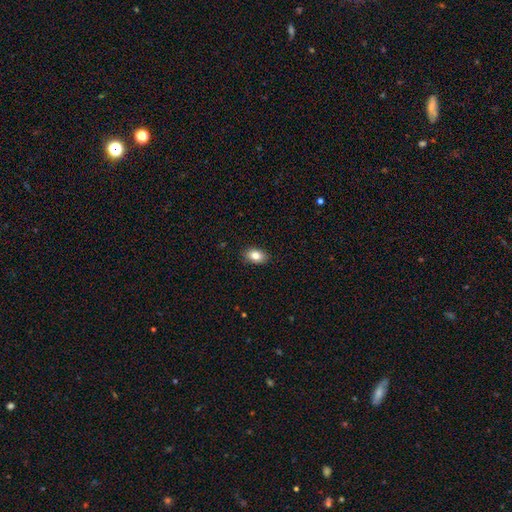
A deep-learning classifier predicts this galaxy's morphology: Q: Smooth or featured?
A: smooth (83%); runner-up: star or artifact (9%)
Q: How rounded?
A: in between (85%); runner-up: round (13%)
Q: Merging?
A: none (89%); runner-up: minor disturbance (8%)